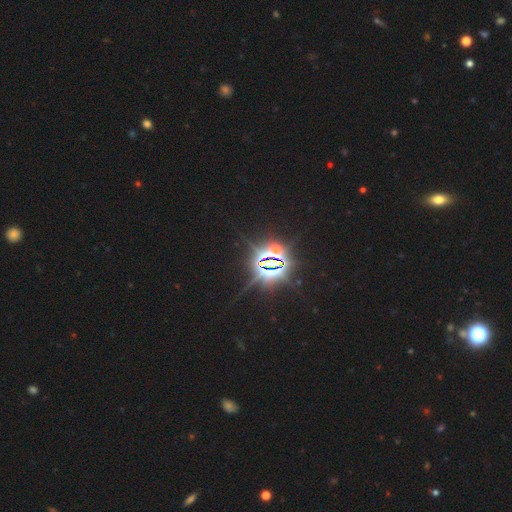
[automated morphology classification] smooth-or-featured: star or artifact: 86% | featured or disk: 8% | smooth: 7%